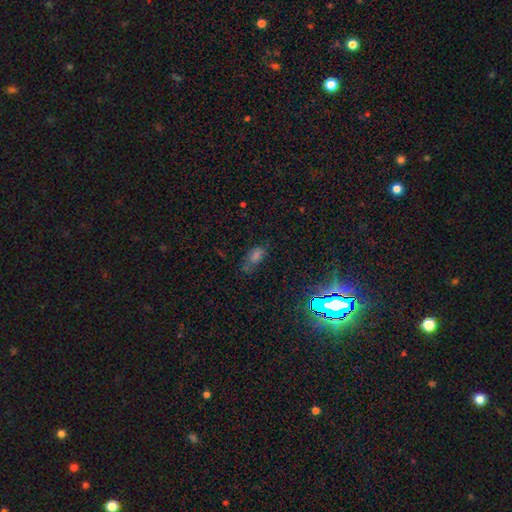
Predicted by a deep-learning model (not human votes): smooth 44%, star or artifact 41%, featured or disk 15%. Down the decision tree: merging — none (65%).